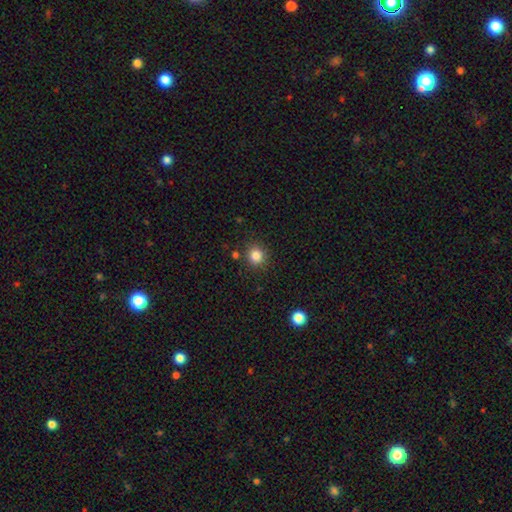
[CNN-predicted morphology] Smooth or featured? Predicted: smooth (p=0.83). How rounded? Predicted: round (p=0.90). Merging? Predicted: none (p=0.87).